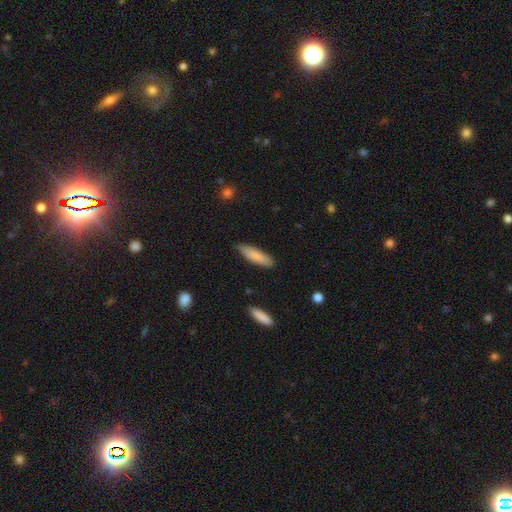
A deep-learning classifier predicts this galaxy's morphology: Overall: smooth (83%). How rounded: cigar-shaped (63%; in between 36%). Merging: none (83%).